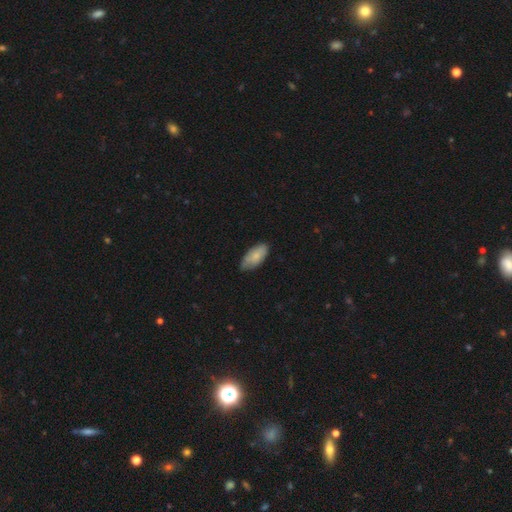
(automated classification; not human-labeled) Smooth or featured? Predicted: smooth (p=0.79). How rounded? Predicted: in between (p=0.92). Merging? Predicted: none (p=0.67).